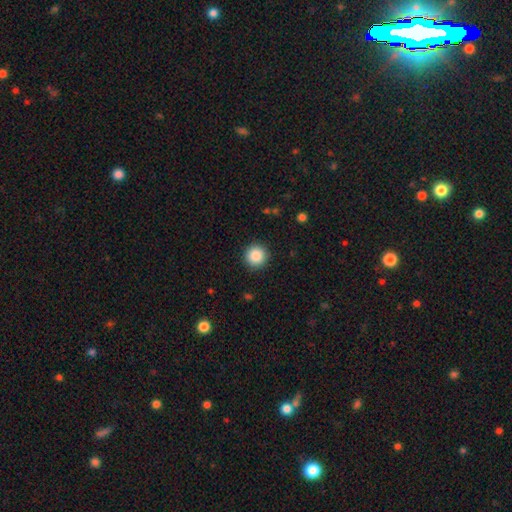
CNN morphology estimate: smooth 88%, star or artifact 9%, featured or disk 3%. Down the decision tree: how rounded — round (96%); merging — none (92%).